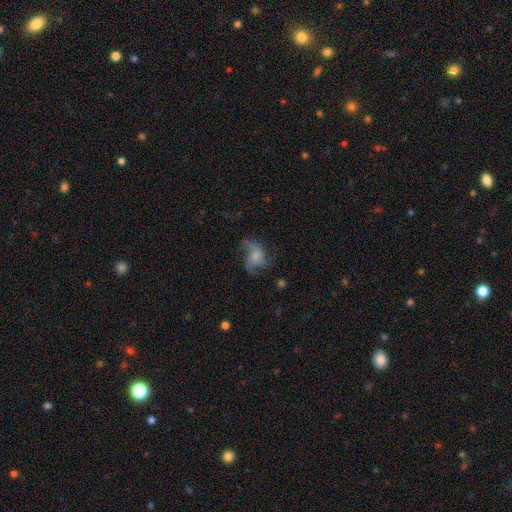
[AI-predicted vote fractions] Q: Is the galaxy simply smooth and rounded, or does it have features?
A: featured or disk — 60%.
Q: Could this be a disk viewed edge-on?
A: no — 97%.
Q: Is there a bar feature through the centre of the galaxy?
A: no — 77%.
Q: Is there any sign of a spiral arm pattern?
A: yes — 81%.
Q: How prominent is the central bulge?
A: small — 45%.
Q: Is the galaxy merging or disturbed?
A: none — 46%.